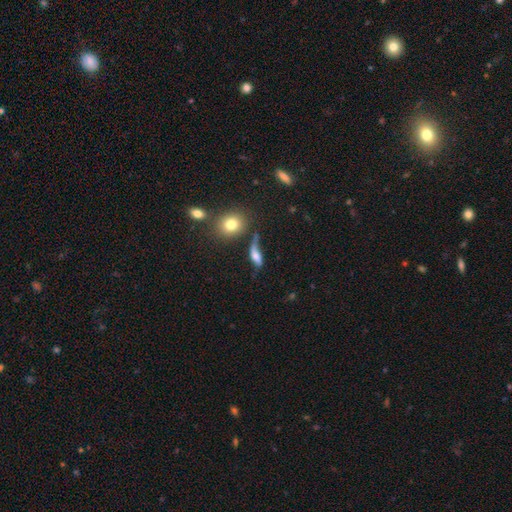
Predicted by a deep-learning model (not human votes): Smooth or featured?
  - smooth: 50% *
  - featured or disk: 37%
  - star or artifact: 13%
Merging?
  - none: 39% *
  - major disturbance: 25%
  - minor disturbance: 24%
  - merger: 12%